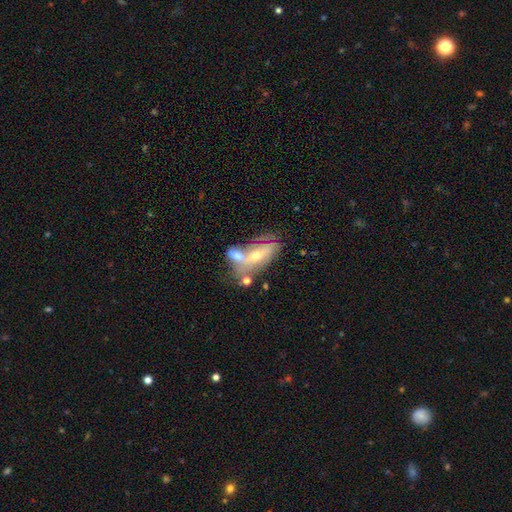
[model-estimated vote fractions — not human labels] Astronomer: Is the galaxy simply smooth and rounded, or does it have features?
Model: featured or disk — 67%.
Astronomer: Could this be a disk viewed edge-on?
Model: no — 85%.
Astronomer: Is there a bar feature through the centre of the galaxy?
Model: no — 59%.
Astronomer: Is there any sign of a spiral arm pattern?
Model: yes — 63%.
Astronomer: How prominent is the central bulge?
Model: moderate — 56% (runner-up: small, 39%).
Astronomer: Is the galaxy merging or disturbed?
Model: merger — 44% (runner-up: none, 31%).